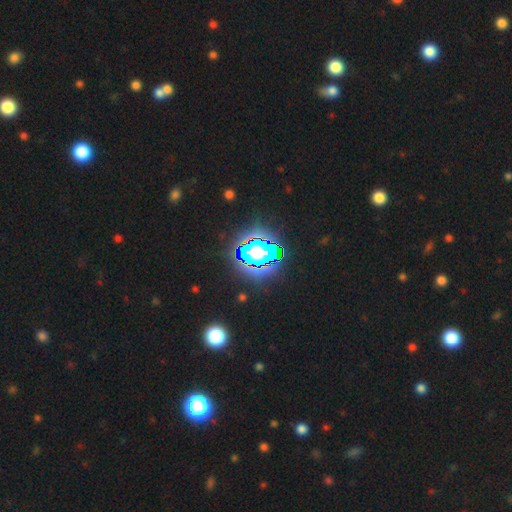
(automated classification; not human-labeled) Smooth or featured?
  - star or artifact: 62% *
  - smooth: 23%
  - featured or disk: 15%